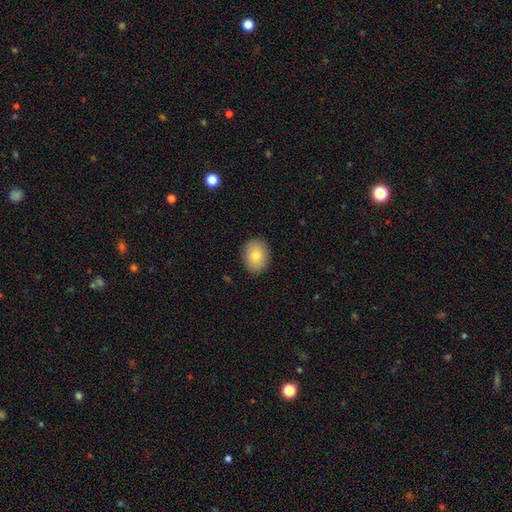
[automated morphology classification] smooth 81%, featured or disk 11%, star or artifact 8%. Down the decision tree: how rounded — in between (65%); merging — none (89%).